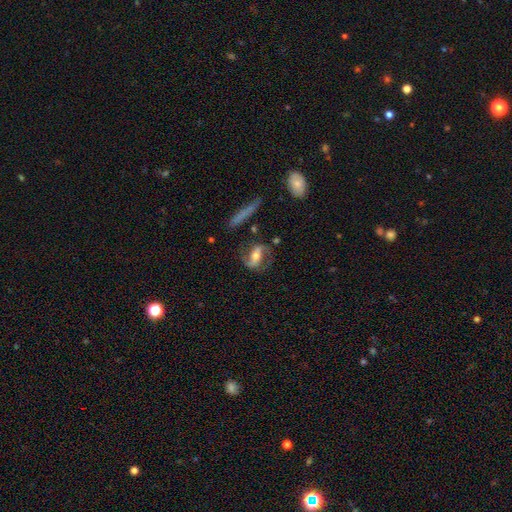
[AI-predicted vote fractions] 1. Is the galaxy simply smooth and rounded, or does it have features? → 80% featured or disk, 14% smooth, 6% star or artifact.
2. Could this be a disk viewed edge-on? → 94% no, 6% yes.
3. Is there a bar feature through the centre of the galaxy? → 44% strong, 32% weak, 23% no.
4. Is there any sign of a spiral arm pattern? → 92% yes, 8% no.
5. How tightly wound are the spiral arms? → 46% medium, 37% loose, 17% tight.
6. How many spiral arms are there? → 91% 2, 4% can't tell, 3% 1, 1% 3, 1% 4, 1% more than 4.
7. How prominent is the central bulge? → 59% moderate, 29% small, 8% large, 3% none, 1% dominant.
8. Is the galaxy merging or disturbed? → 71% none, 15% minor disturbance, 10% major disturbance, 4% merger.